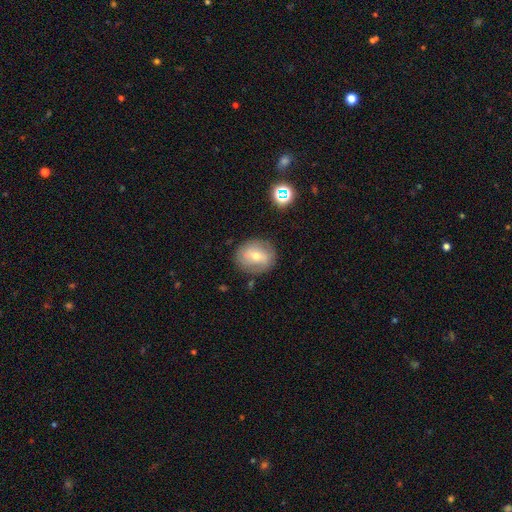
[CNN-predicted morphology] Q: Smooth or featured?
A: smooth (56%); runner-up: featured or disk (34%)
Q: How rounded?
A: round (77%); runner-up: in between (22%)
Q: Merging?
A: none (80%); runner-up: minor disturbance (14%)